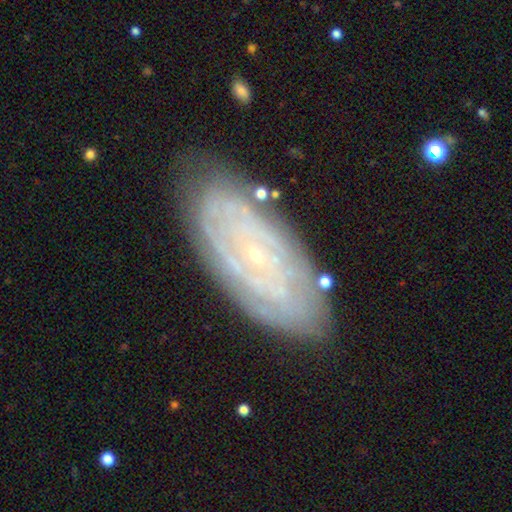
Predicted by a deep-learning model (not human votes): A featured or disk galaxy (81%) with no bar (75%), tight (81%) spiral arms (90%) and a small central bulge (86%). Merging: none (80%).